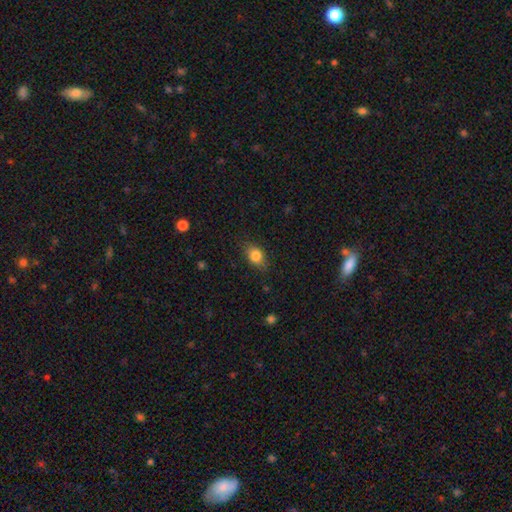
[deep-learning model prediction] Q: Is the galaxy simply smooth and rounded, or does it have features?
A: smooth — 82%.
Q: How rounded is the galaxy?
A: in between — 65%.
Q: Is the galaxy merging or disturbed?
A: none — 78%.